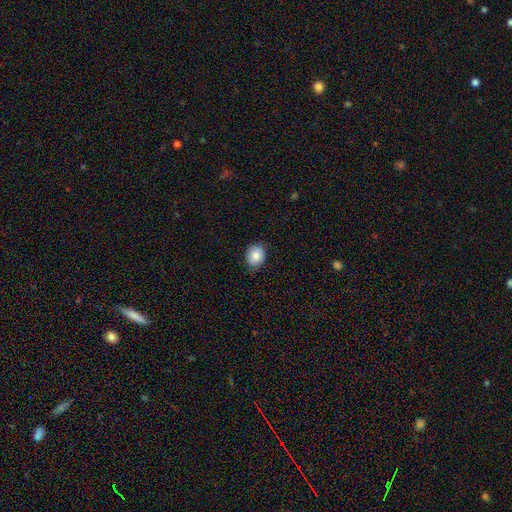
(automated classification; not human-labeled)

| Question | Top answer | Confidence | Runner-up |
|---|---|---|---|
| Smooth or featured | smooth | 83% | featured or disk (9%) |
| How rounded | round | 60% | in between (39%) |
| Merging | none | 83% | minor disturbance (14%) |